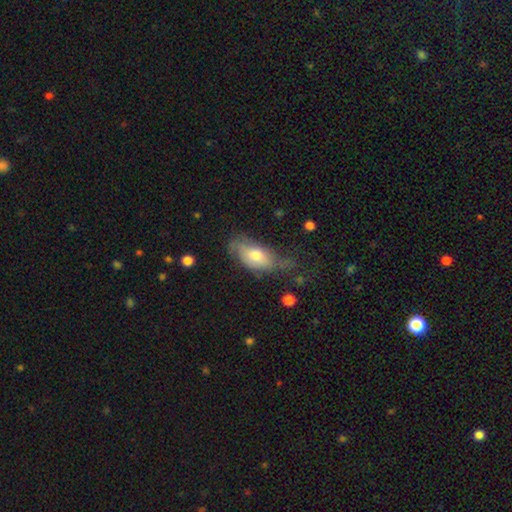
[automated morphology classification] This is likely a smooth galaxy (61%). How rounded: clearly in between (87%). Merging: marginally none (37%).